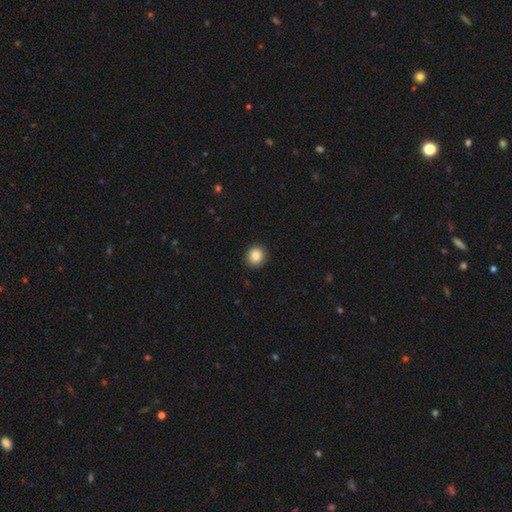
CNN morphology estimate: Smooth or featured? smooth (87%)
How rounded? round (88%)
Merging? none (91%)